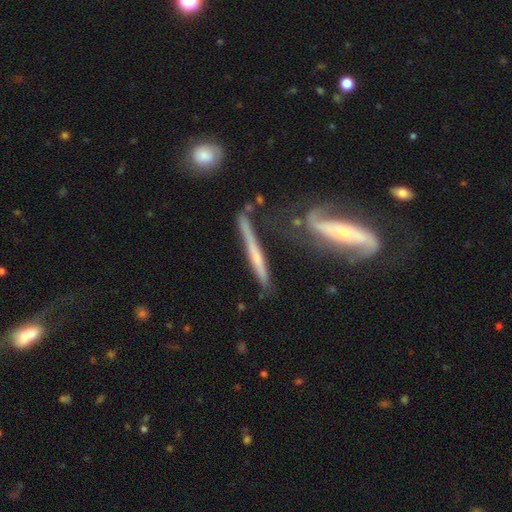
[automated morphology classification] type=featured or disk (65%); edge-on=yes (89%); edge-on bulge=none (55%); merging=none (64%).